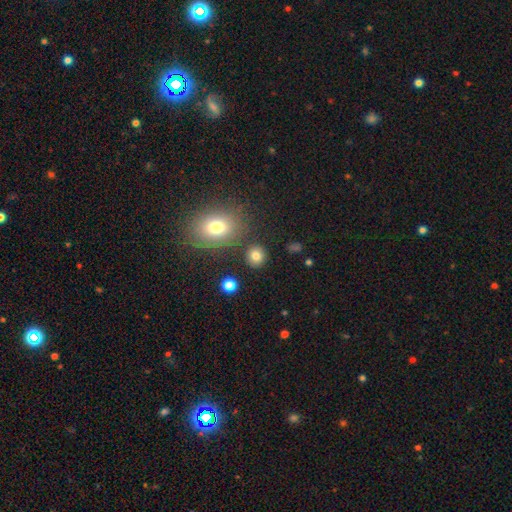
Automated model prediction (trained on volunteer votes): The model was most divided on "how rounded": round: 82%, in between: 17%, cigar-shaped: 1%. More confident: merging — none (86%); smooth or featured — smooth (81%).